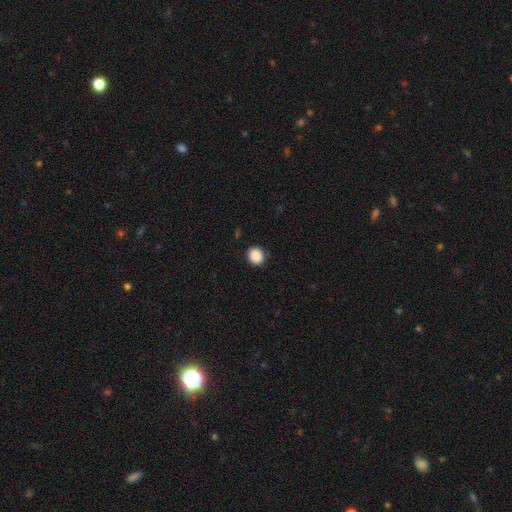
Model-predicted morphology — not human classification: A smooth galaxy with no disk features (89%) that is round (81%). Merging: none (90%).